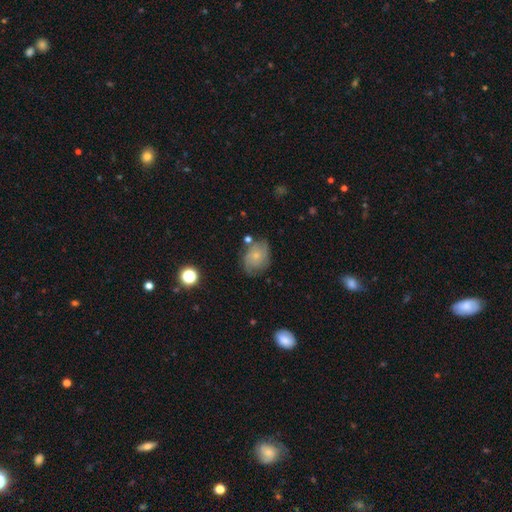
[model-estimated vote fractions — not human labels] Overall: featured or disk (55%; smooth 36%). Edge-on disk: no (97%). Bar: no (81%). Spiral arms: yes (83%). Bulge size: small (71%). Merging: none (61%; minor disturbance 25%).